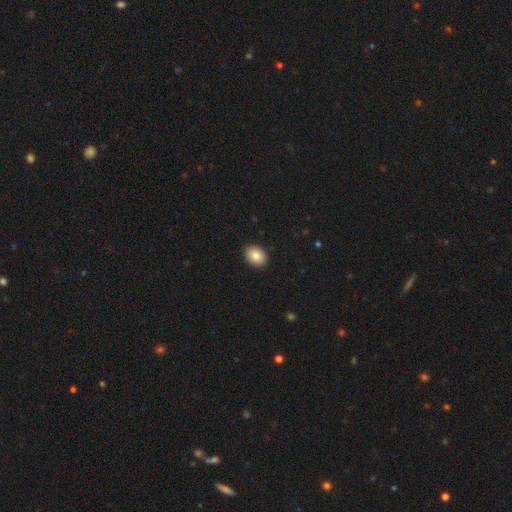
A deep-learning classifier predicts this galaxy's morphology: Overall: smooth (87%). How rounded: in between (73%). Merging: none (91%).